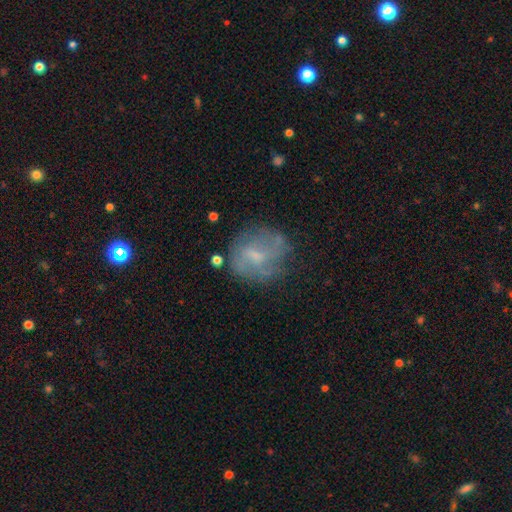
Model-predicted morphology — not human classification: A featured or disk galaxy (55%) with a weak bar (51%), spiral arms (60%) and a small central bulge (47%).

Vote fractions:
- Smooth or featured? featured or disk: 55% / smooth: 36% / star or artifact: 10%
- Edge-on disk? no: 97% / yes: 3%
- Bar? weak: 51% / no: 39% / strong: 10%
- Spiral arms? yes: 60% / no: 40%
- Bulge size? small: 47% / moderate: 32% / none: 18% / large: 2% / dominant: 1%
- Merging? none: 63% / minor disturbance: 22% / major disturbance: 12% / merger: 3%